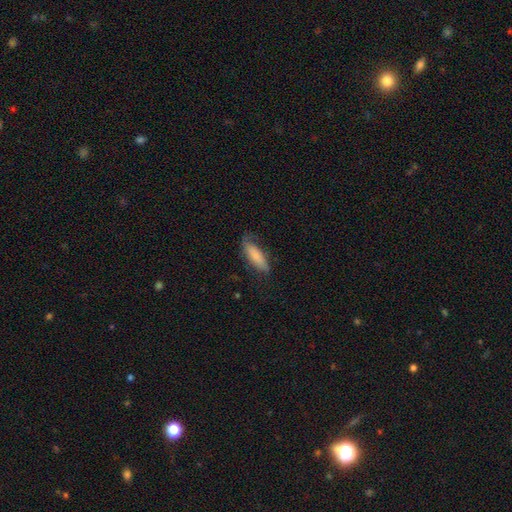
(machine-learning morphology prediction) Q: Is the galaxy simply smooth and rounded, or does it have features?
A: smooth — 79%.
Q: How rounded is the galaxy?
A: in between — 54%.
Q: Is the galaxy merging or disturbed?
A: none — 62%.